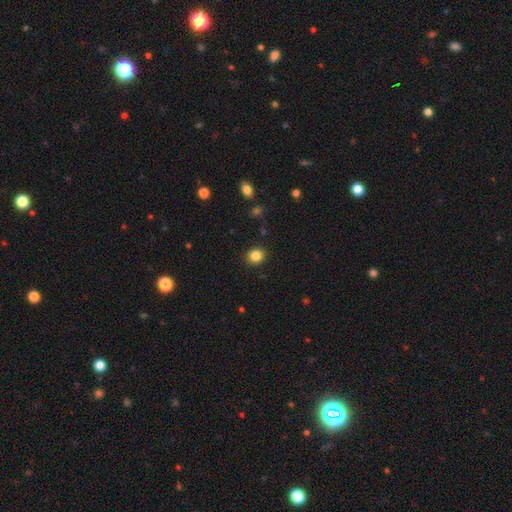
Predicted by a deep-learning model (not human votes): A smooth galaxy with no disk features (85%) that is round (84%). Merging: none (91%).